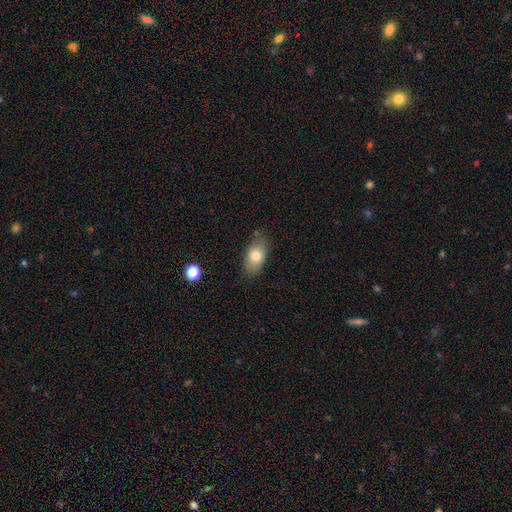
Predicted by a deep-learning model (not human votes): A smooth galaxy with no disk features (77%) that is in between round and cigar-shaped (88%).

Vote fractions:
- Smooth or featured? smooth: 77% / featured or disk: 14% / star or artifact: 8%
- How rounded? in between: 88% / round: 8% / cigar-shaped: 3%
- Merging? none: 78% / minor disturbance: 16% / major disturbance: 4% / merger: 2%